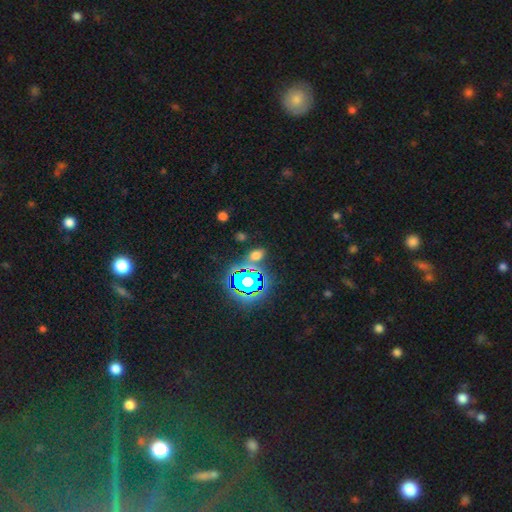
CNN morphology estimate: Q: Smooth or featured?
A: smooth (49%); runner-up: star or artifact (43%)
Q: Merging?
A: none (76%); runner-up: minor disturbance (11%)